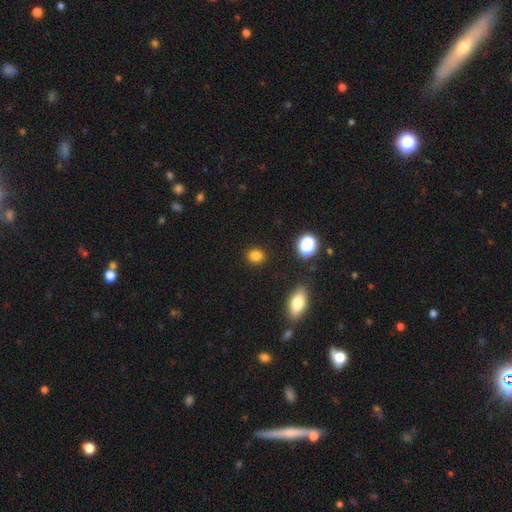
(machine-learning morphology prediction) The model was most divided on "how rounded": round: 63%, in between: 35%, cigar-shaped: 2%. More confident: merging — none (89%); smooth or featured — smooth (82%).